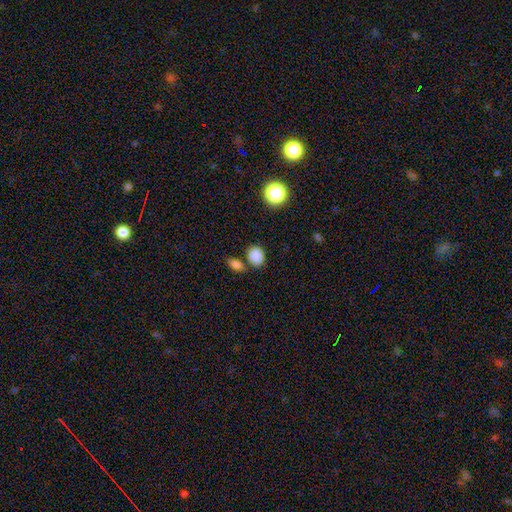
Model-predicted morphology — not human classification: This appears to be a smooth galaxy with no disk features (85%) that is in between round and cigar-shaped (54%). Merging: none (70%).